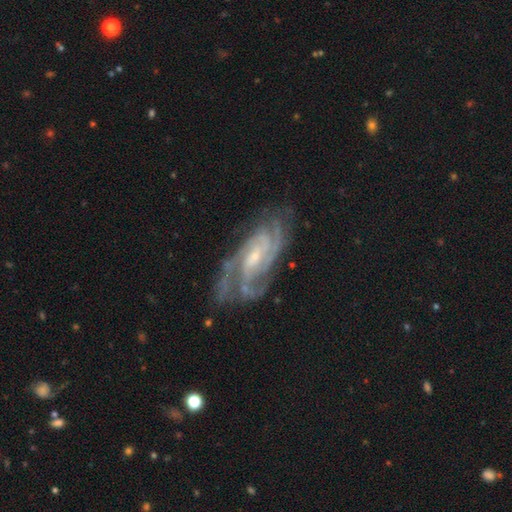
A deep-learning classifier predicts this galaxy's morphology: A featured or disk galaxy (90%) with no bar (47%), 3 (29%) tight (57%) spiral arms (98%) and a small central bulge (71%). Merging: none (69%).